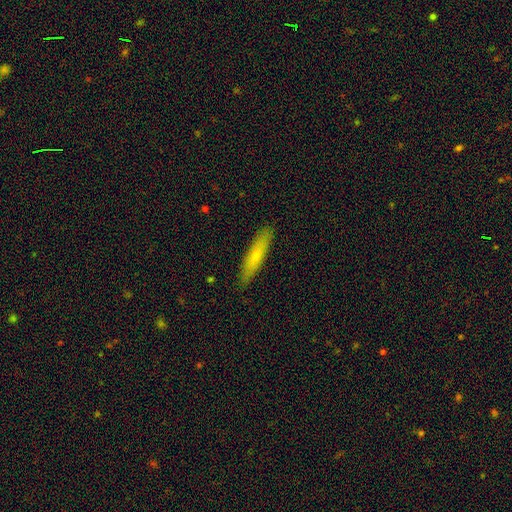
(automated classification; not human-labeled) The model was most divided on "smooth or featured": smooth: 71%, featured or disk: 24%, star or artifact: 6%. More confident: merging — none (89%); how rounded — cigar-shaped (86%).